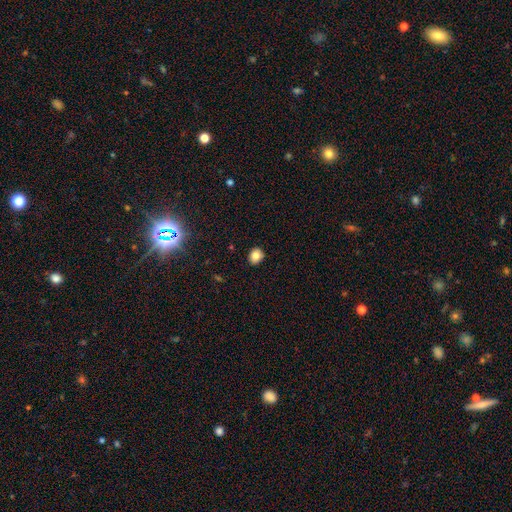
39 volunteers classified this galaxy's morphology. This appears to be a smooth galaxy with no disk features (87%) that is round (62%). Merging: none (86%).